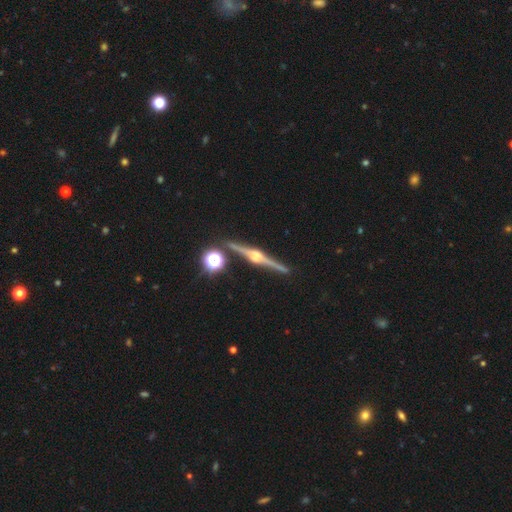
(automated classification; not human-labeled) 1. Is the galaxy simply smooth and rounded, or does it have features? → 89% featured or disk, 6% smooth, 6% star or artifact.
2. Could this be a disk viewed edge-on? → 98% yes, 2% no.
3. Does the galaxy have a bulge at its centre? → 94% rounded, 4% boxy, 3% none.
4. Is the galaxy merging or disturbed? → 88% none, 6% minor disturbance, 4% merger, 2% major disturbance.